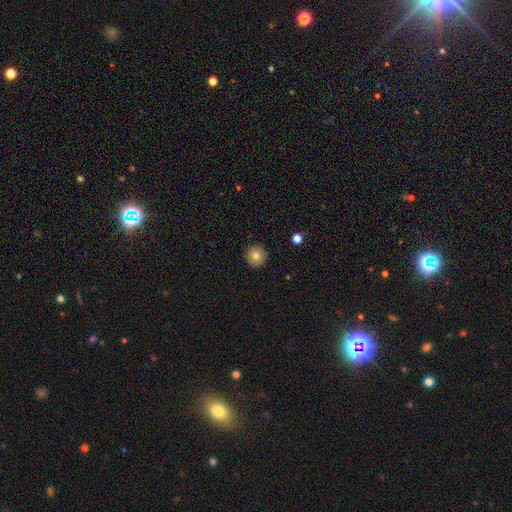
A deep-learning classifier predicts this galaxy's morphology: Smooth or featured?
  - smooth: 81% *
  - star or artifact: 10%
  - featured or disk: 10%
How rounded?
  - round: 95% *
  - in between: 4%
  - cigar-shaped: 1%
Merging?
  - none: 90% *
  - minor disturbance: 7%
  - major disturbance: 2%
  - merger: 1%